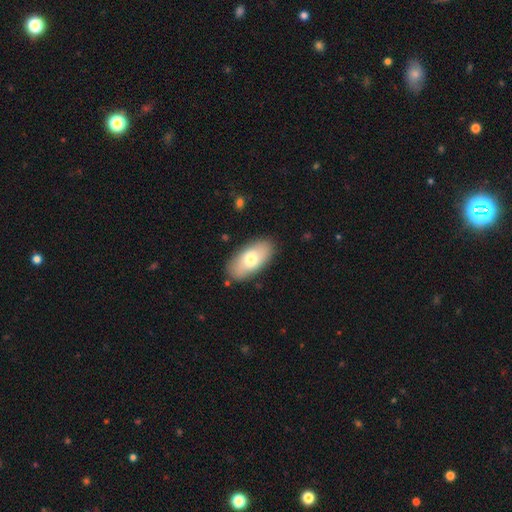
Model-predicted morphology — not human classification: The model was most divided on "smooth or featured": smooth: 67%, featured or disk: 24%, star or artifact: 8%. More confident: how rounded — in between (93%); merging — none (86%).